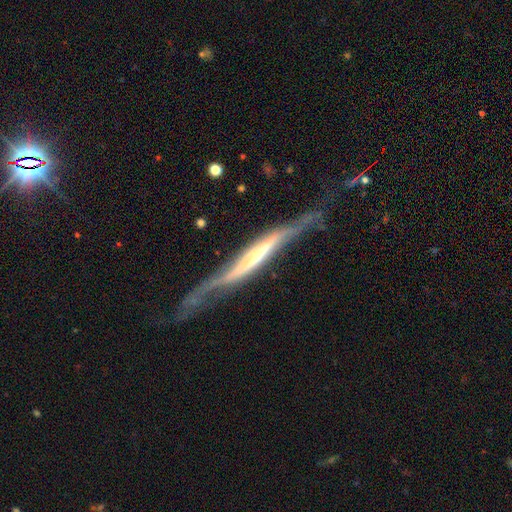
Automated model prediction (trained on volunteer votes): The model was most divided on "merging": none: 42%, major disturbance: 27%, minor disturbance: 26%, merger: 5%. Remaining: smooth or featured — featured or disk (77%); edge-on disk — yes (74%); edge-on bulge — none (46%).